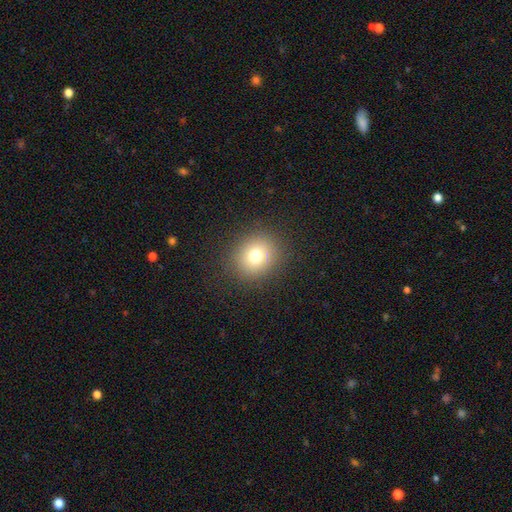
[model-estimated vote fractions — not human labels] Q: Smooth or featured?
A: smooth (74%); runner-up: star or artifact (14%)
Q: How rounded?
A: round (79%); runner-up: in between (20%)
Q: Merging?
A: none (88%); runner-up: minor disturbance (7%)